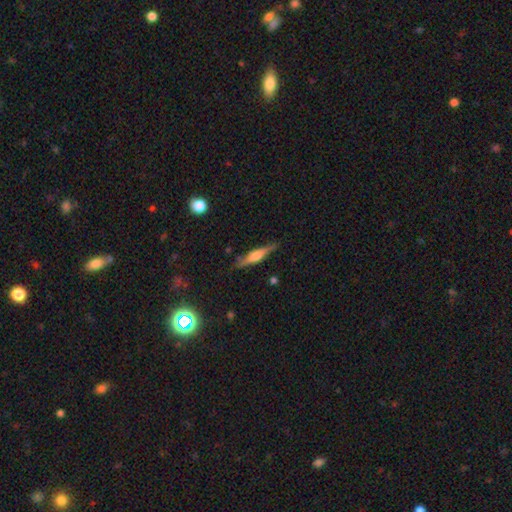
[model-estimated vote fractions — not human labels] Morphology: type=featured or disk (53%); edge-on=yes (94%); merging=none (81%).